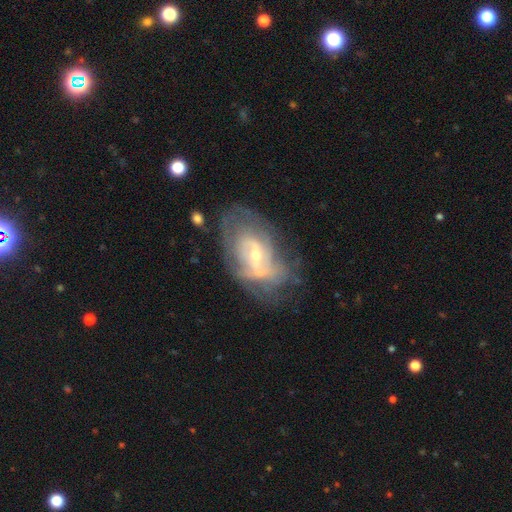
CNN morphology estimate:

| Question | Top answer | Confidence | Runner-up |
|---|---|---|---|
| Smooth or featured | featured or disk | 79% | smooth (14%) |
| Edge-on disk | no | 95% | yes (5%) |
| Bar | weak | 48% | no (31%) |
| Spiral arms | yes | 74% | no (26%) |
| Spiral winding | tight | 45% | medium (36%) |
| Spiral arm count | can't tell | 46% | 2 (34%) |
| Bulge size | small | 56% | moderate (39%) |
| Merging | none | 49% | minor disturbance (24%) |